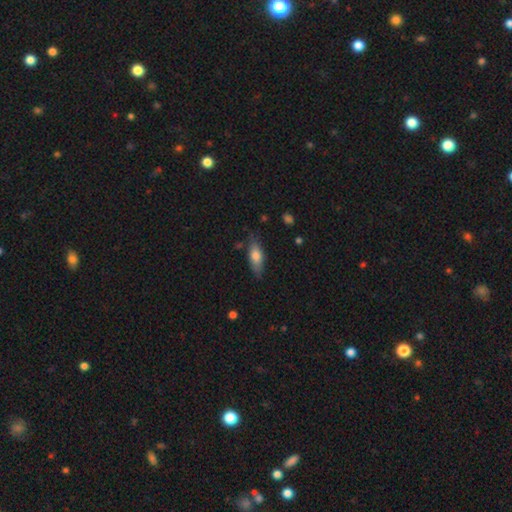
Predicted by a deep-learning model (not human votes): Smooth or featured: smooth — 71% (featured or disk — 22%)
How rounded: in between — 68% (cigar-shaped — 29%)
Merging: none — 74% (minor disturbance — 19%)